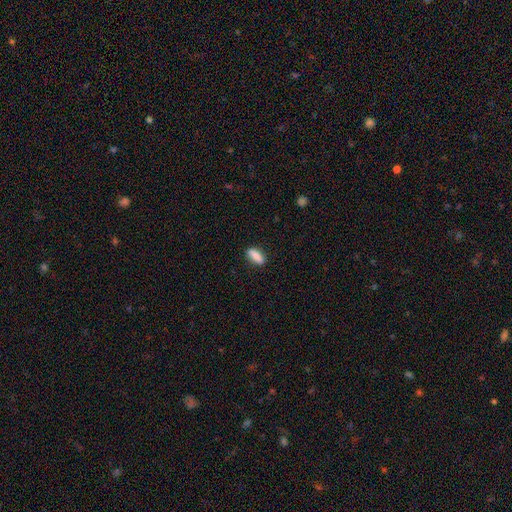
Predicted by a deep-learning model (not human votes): Overall: smooth (84%). How rounded: in between (57%; cigar-shaped 39%). Merging: none (87%).